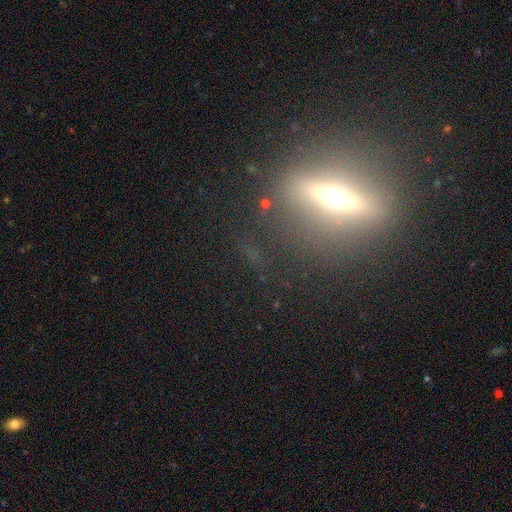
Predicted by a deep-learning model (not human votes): featured or disk 65%, smooth 21%, star or artifact 14%. Down the decision tree: edge-on disk — yes (83%); edge-on bulge — rounded (92%); merging — none (81%).